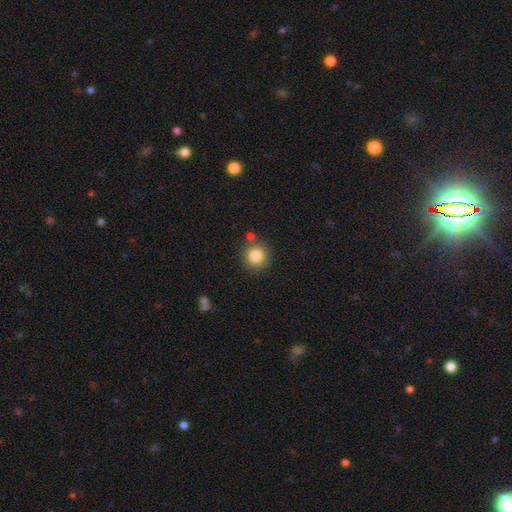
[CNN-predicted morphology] smooth_or_featured: smooth (p=0.85) [alt: star or artifact p=0.09]
how_rounded: round (p=0.93) [alt: in between p=0.06]
merging: none (p=0.78) [alt: merger p=0.10]